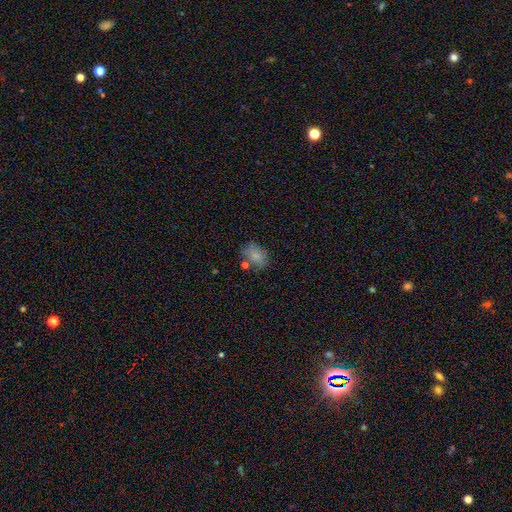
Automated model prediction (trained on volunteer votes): Smooth or featured? Predicted: smooth (p=0.77). How rounded? Predicted: in between (p=0.78). Merging? Predicted: none (p=0.68).